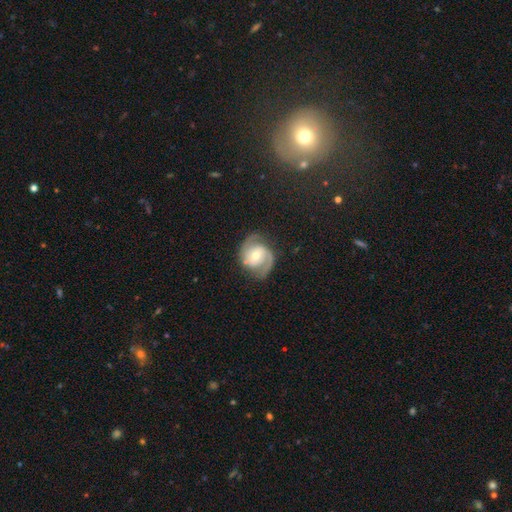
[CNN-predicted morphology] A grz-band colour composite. It shows a featured or disk galaxy (85%) with no bar (54%), 2 (89%) medium (49%) spiral arms (96%) and a moderate central bulge (60%). Merging: none (76%).